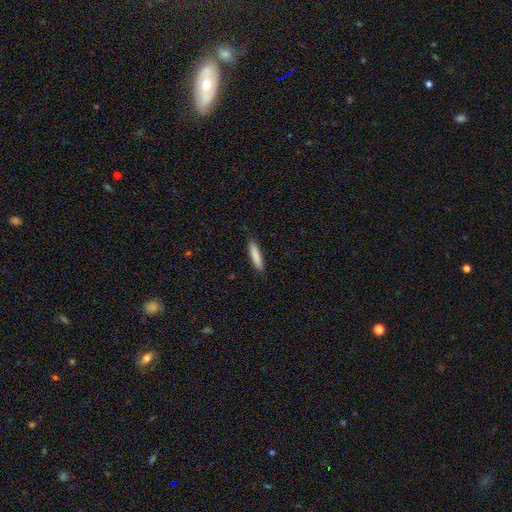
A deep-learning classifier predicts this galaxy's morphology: Smooth or featured: smooth — 85% (featured or disk — 9%)
How rounded: cigar-shaped — 85% (in between — 14%)
Merging: none — 88% (minor disturbance — 9%)